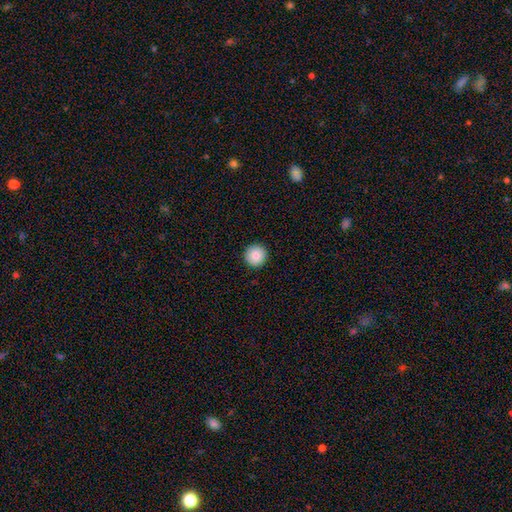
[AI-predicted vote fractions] Smooth or featured?
  - smooth: 87% *
  - star or artifact: 8%
  - featured or disk: 5%
How rounded?
  - round: 96% *
  - in between: 3%
  - cigar-shaped: 1%
Merging?
  - none: 93% *
  - minor disturbance: 5%
  - major disturbance: 1%
  - merger: 1%